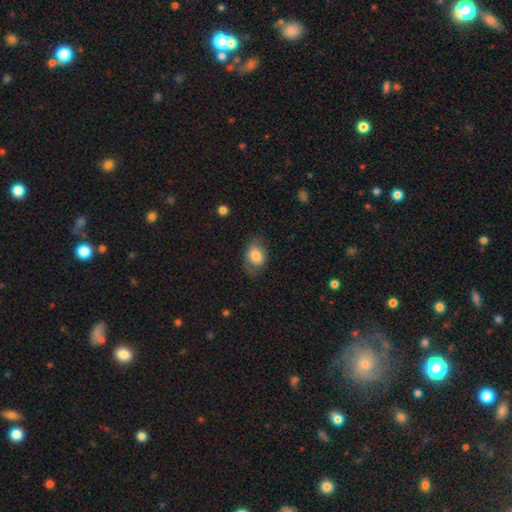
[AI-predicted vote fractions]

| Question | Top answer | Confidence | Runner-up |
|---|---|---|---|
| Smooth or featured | smooth | 73% | featured or disk (19%) |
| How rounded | in between | 67% | round (32%) |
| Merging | none | 63% | minor disturbance (23%) |